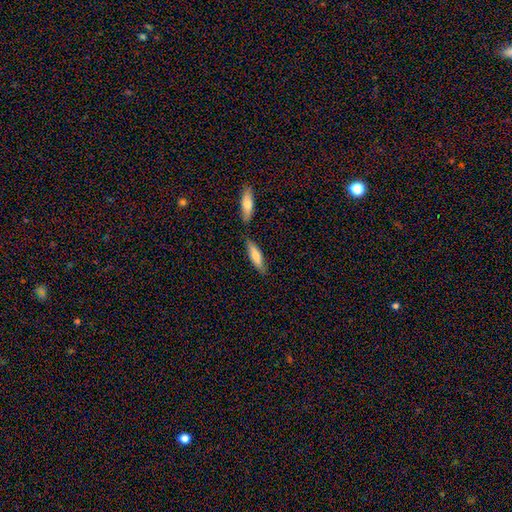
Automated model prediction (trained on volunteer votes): Smooth or featured? Predicted: smooth (p=0.72). How rounded? Predicted: cigar-shaped (p=0.57). Merging? Predicted: none (p=0.71).